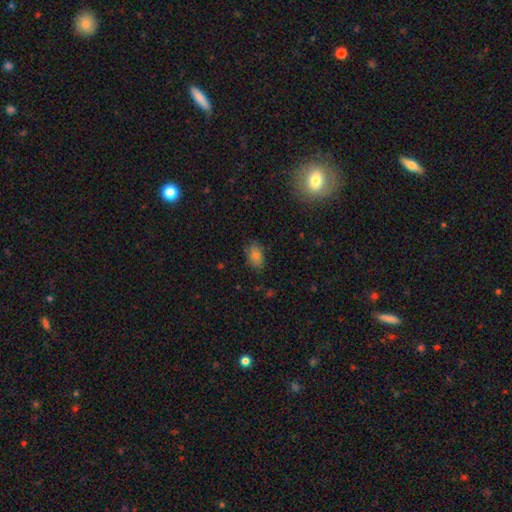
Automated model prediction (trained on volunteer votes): The model was most divided on "merging": none: 79%, minor disturbance: 16%, major disturbance: 3%, merger: 1%. More confident: how rounded — in between (86%); smooth or featured — smooth (77%).